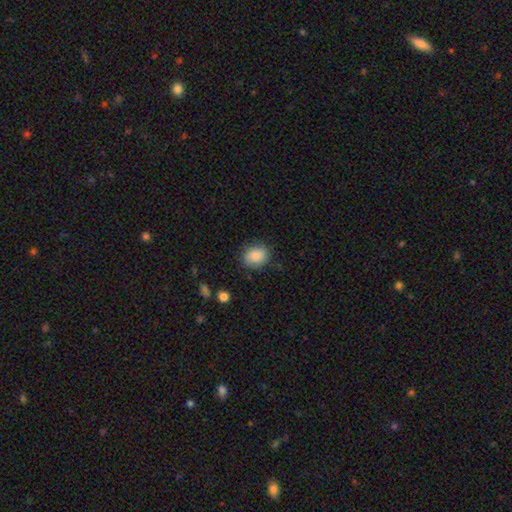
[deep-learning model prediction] smooth 87%, star or artifact 8%, featured or disk 5%. Down the decision tree: how rounded — in between (51%); merging — none (82%).